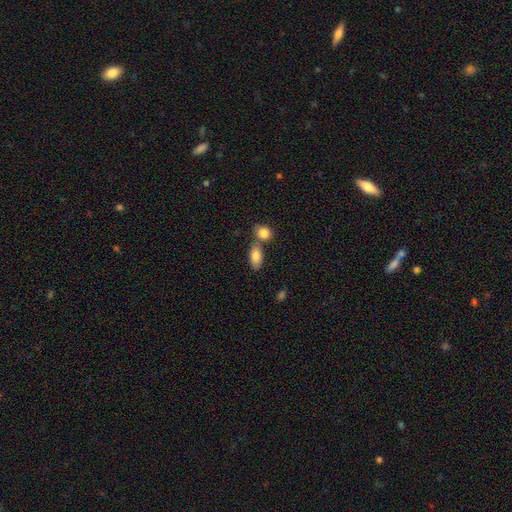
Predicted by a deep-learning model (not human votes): Morphology: type=smooth (82%); roundness=in between (87%); merging=none (52%).